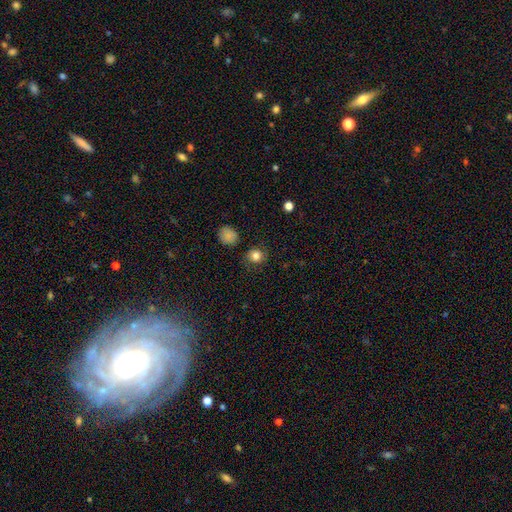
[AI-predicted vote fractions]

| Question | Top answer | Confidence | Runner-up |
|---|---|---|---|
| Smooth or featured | smooth | 80% | star or artifact (11%) |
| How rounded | round | 85% | in between (14%) |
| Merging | none | 80% | minor disturbance (14%) |